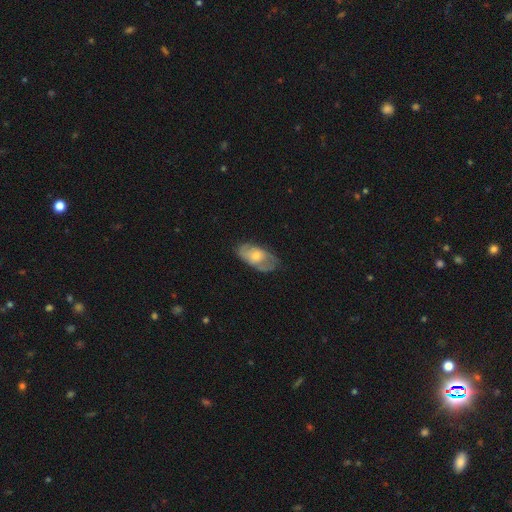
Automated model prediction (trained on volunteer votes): Smooth or featured?
  - featured or disk: 51% *
  - smooth: 43%
  - star or artifact: 6%
Edge-on disk?
  - no: 91% *
  - yes: 9%
Merging?
  - none: 60% *
  - minor disturbance: 27%
  - major disturbance: 11%
  - merger: 1%